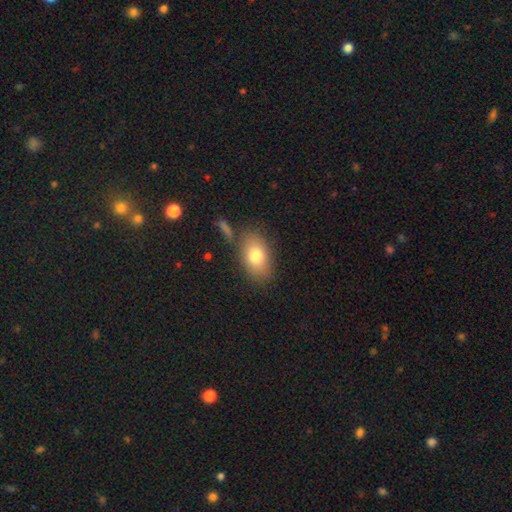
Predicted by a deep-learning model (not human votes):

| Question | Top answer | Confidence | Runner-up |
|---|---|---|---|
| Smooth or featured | smooth | 77% | featured or disk (14%) |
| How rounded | in between | 86% | round (12%) |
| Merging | none | 76% | minor disturbance (13%) |